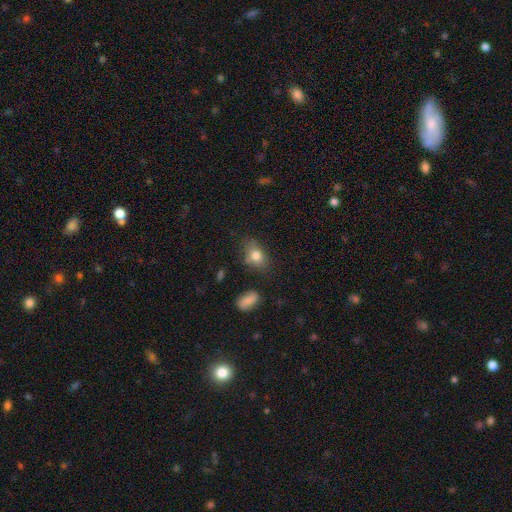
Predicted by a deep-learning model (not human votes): smooth_or_featured: smooth (p=0.79) [alt: featured or disk p=0.12]
how_rounded: in between (p=0.75) [alt: round p=0.22]
merging: none (p=0.68) [alt: minor disturbance p=0.22]